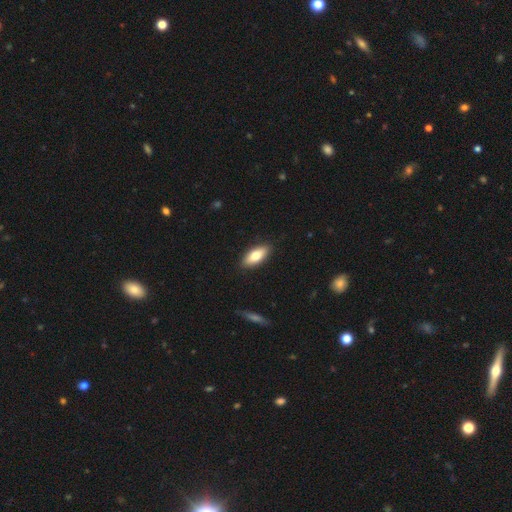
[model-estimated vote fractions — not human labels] Smooth or featured: smooth — 78% (featured or disk — 16%)
How rounded: in between — 82% (cigar-shaped — 15%)
Merging: none — 89% (minor disturbance — 8%)